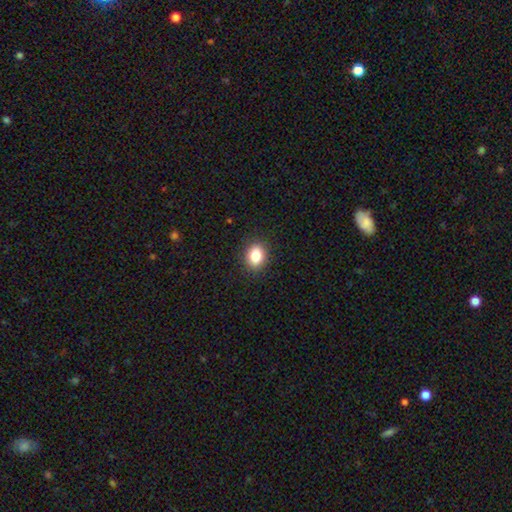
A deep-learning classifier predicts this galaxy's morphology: Smooth or featured?
  - smooth: 84% *
  - star or artifact: 10%
  - featured or disk: 7%
How rounded?
  - in between: 61% *
  - round: 38%
  - cigar-shaped: 1%
Merging?
  - none: 90% *
  - minor disturbance: 7%
  - major disturbance: 2%
  - merger: 1%